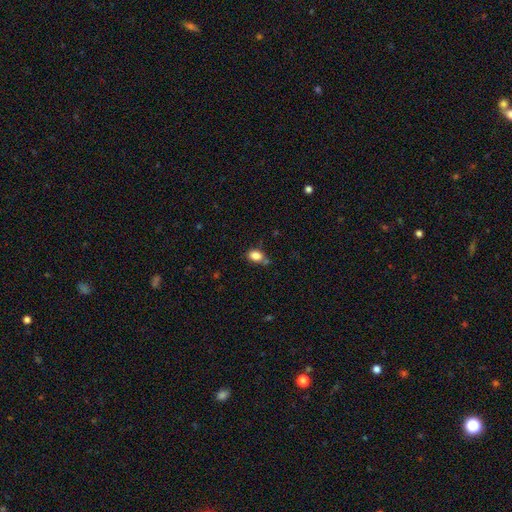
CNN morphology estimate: Smooth or featured?
  - smooth: 84% *
  - star or artifact: 10%
  - featured or disk: 6%
How rounded?
  - in between: 72% *
  - round: 26%
  - cigar-shaped: 1%
Merging?
  - none: 63% *
  - minor disturbance: 20%
  - merger: 12%
  - major disturbance: 5%